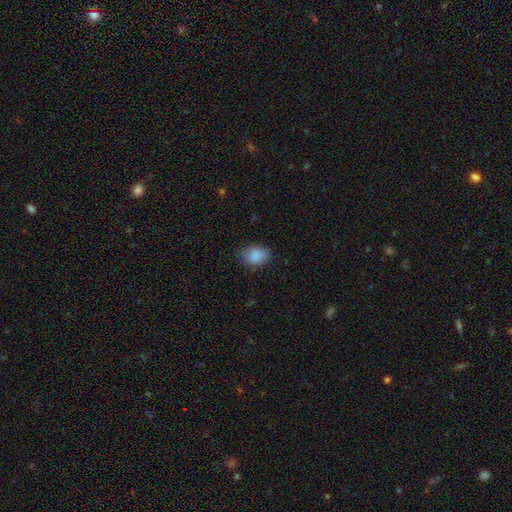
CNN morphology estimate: This appears to be a smooth galaxy with no disk features (87%) that is in between round and cigar-shaped (63%). Merging: none (74%).